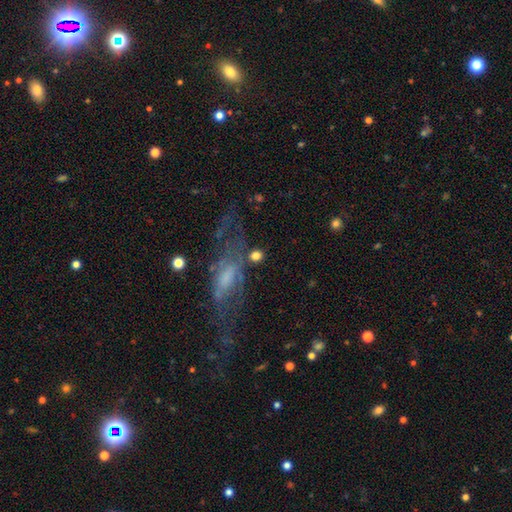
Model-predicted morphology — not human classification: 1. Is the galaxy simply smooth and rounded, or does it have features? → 65% smooth, 23% featured or disk, 12% star or artifact.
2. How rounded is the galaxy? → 65% round, 29% in between, 6% cigar-shaped.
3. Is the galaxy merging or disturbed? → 66% none, 14% minor disturbance, 10% major disturbance, 9% merger.